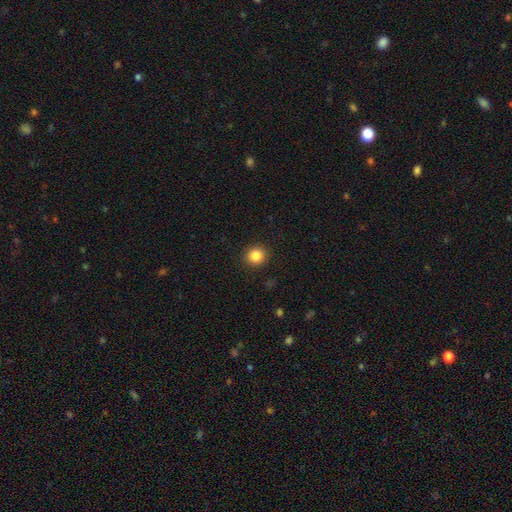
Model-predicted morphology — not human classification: smooth_or_featured: smooth (p=0.85) [alt: star or artifact p=0.10]
how_rounded: round (p=0.88) [alt: in between p=0.11]
merging: none (p=0.92) [alt: minor disturbance p=0.05]